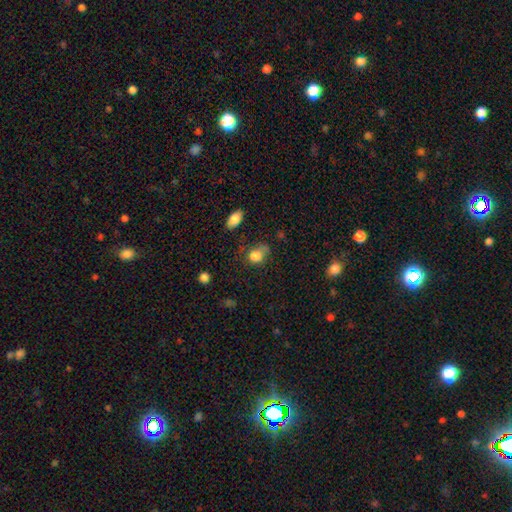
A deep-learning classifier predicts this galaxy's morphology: Overall: smooth (80%). How rounded: in between (53%; round 45%). Merging: none (42%; minor disturbance 31%).